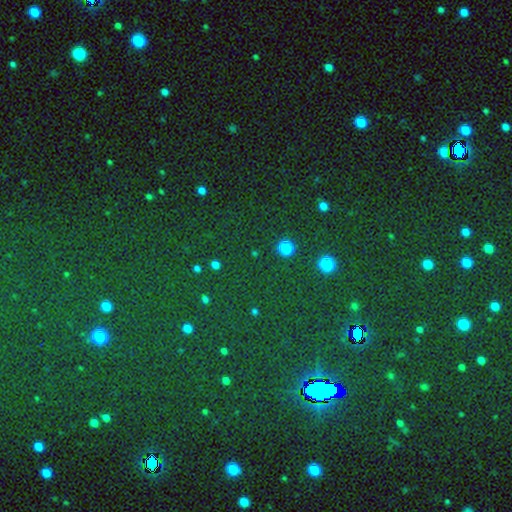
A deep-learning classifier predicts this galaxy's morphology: Smooth or featured? Predicted: star or artifact (p=0.81).